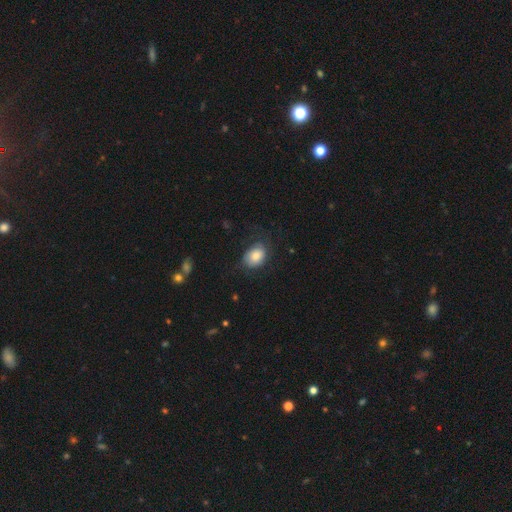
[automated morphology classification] Overall: smooth (77%). How rounded: in between (67%; round 32%). Merging: none (62%; minor disturbance 23%).